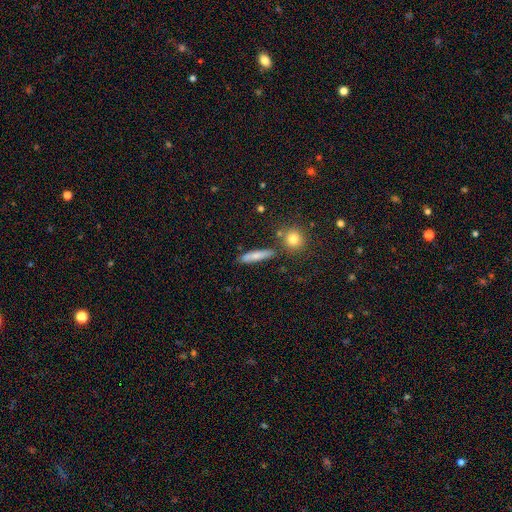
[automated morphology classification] Smooth or featured? Predicted: smooth (p=0.75). How rounded? Predicted: cigar-shaped (p=0.77). Merging? Predicted: none (p=0.79).